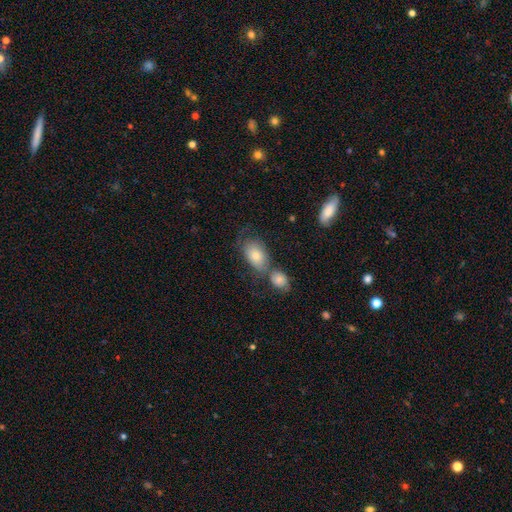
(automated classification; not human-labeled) Smooth or featured? Predicted: smooth (p=0.72). How rounded? Predicted: in between (p=0.86). Merging? Predicted: merger (p=0.39).